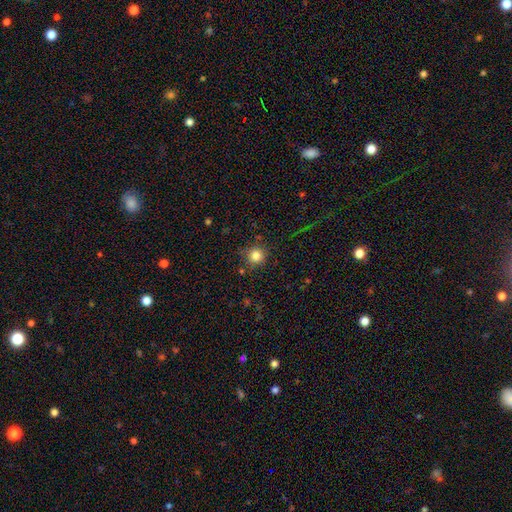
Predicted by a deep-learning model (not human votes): This appears to be a smooth galaxy with no disk features (82%) that is round (94%). Merging: none (85%).